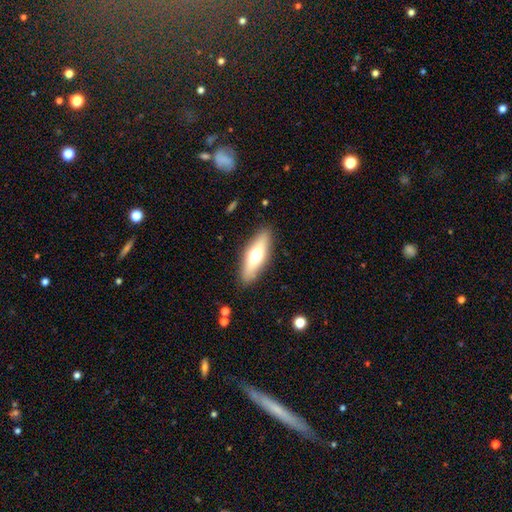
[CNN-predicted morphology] Smooth or featured? Predicted: smooth (p=0.54). How rounded? Predicted: cigar-shaped (p=0.52). Merging? Predicted: none (p=0.88).